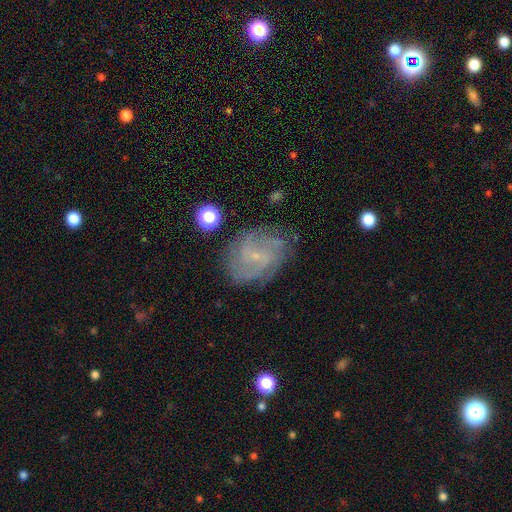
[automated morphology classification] featured or disk 80%, smooth 12%, star or artifact 8%. Down the decision tree: edge-on disk — no (97%); bar — no (55%); spiral arms — yes (93%); spiral arm count — can't tell (33%); spiral winding — tight (45%); bulge size — small (80%); merging — none (74%).